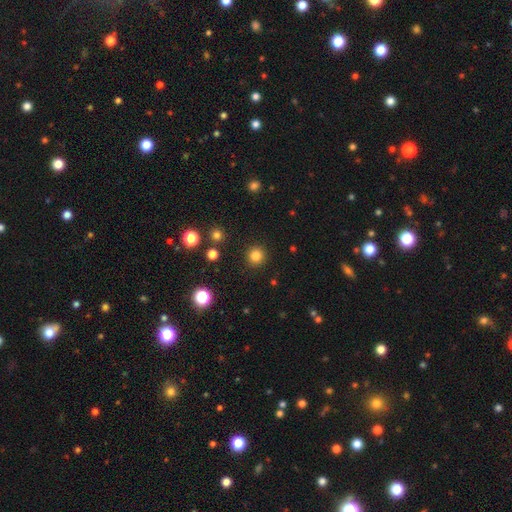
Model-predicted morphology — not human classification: Smooth or featured?
  - smooth: 83% *
  - star or artifact: 13%
  - featured or disk: 4%
How rounded?
  - round: 94% *
  - in between: 5%
  - cigar-shaped: 1%
Merging?
  - none: 92% *
  - minor disturbance: 5%
  - major disturbance: 2%
  - merger: 1%